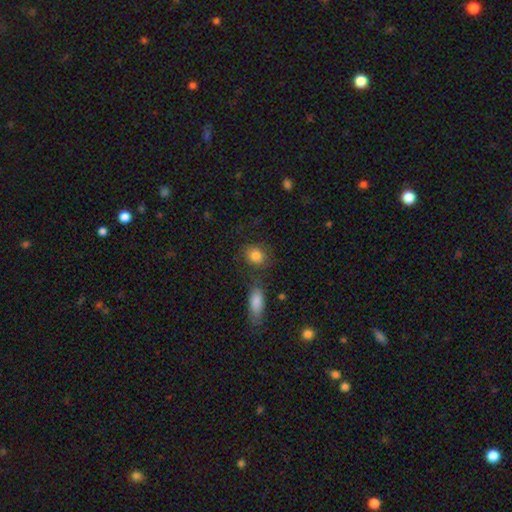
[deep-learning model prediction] A smooth galaxy with no disk features (83%) that is round (60%). Merging: none (70%).